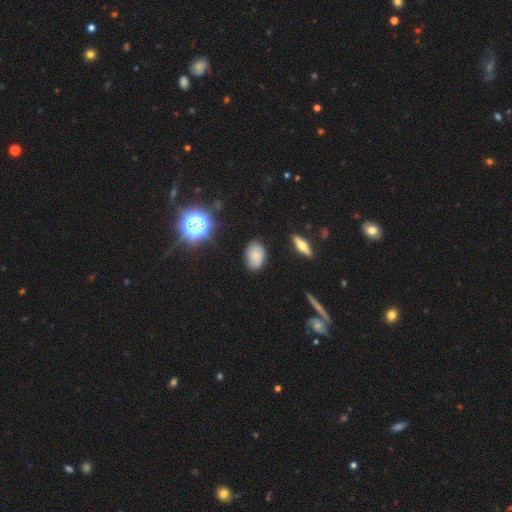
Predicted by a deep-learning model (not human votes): This is likely a smooth galaxy (77%). How rounded: clearly in between (86%). Merging: clearly none (83%).